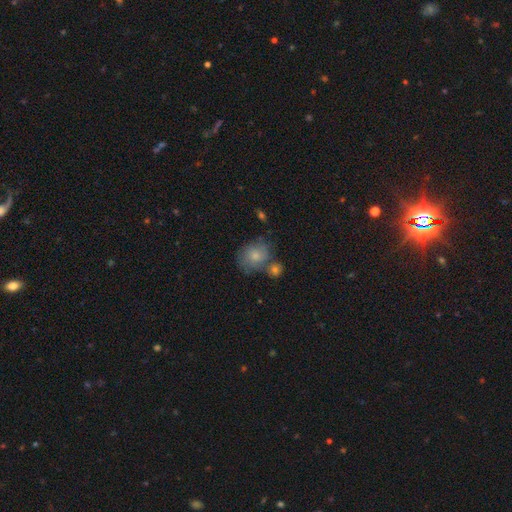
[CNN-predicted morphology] Smooth or featured? Predicted: smooth (p=0.71). How rounded? Predicted: round (p=0.62). Merging? Predicted: none (p=0.49).